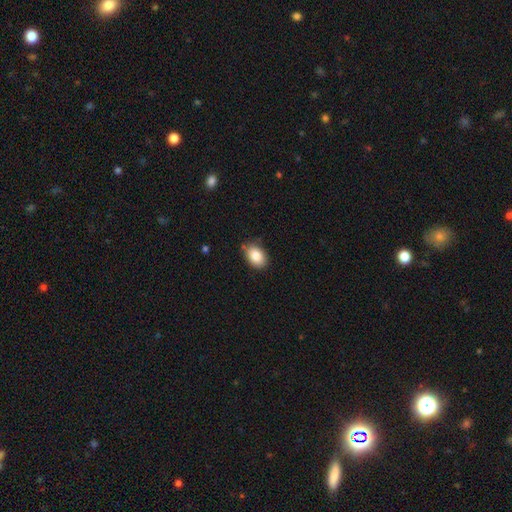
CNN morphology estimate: smooth 85%, star or artifact 8%, featured or disk 7%. Down the decision tree: how rounded — in between (81%); merging — none (81%).